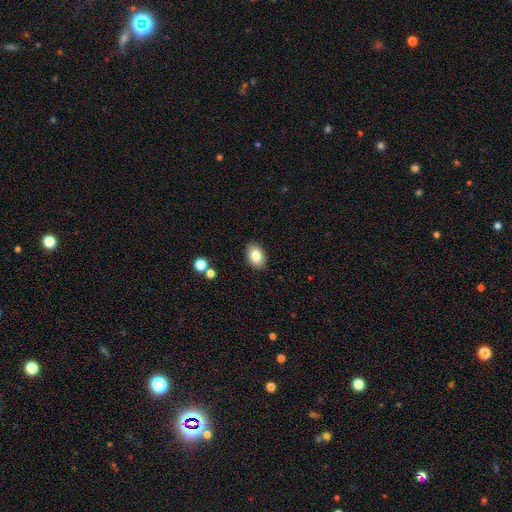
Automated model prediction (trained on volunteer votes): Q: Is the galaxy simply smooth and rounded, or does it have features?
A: smooth — 82%.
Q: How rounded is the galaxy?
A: in between — 80%.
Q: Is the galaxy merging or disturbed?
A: none — 88%.